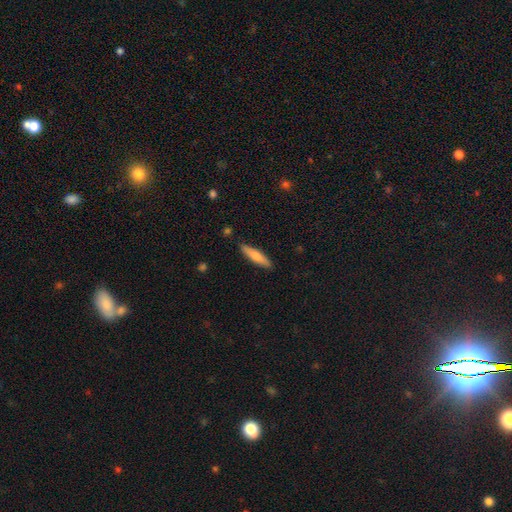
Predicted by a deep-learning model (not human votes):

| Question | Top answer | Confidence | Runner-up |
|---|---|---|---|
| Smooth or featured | smooth | 72% | featured or disk (23%) |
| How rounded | cigar-shaped | 79% | in between (19%) |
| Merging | none | 88% | minor disturbance (9%) |